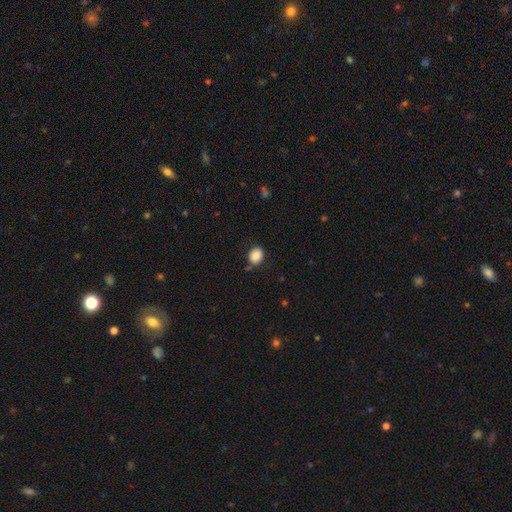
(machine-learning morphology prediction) A smooth galaxy with no disk features (85%) that is round (50%). Merging: none (79%).